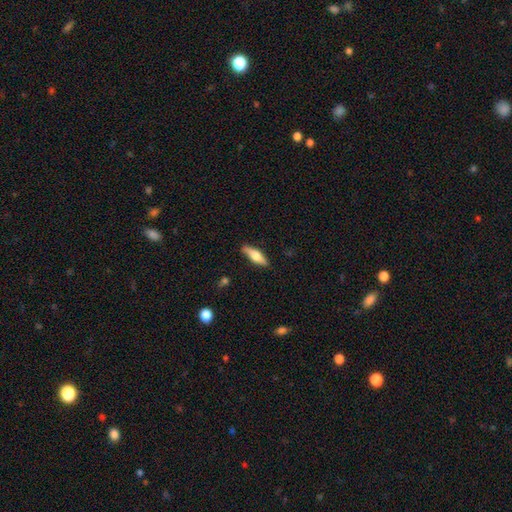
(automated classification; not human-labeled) smooth-or-featured: smooth: 56% | featured or disk: 38% | star or artifact: 6%
  how-rounded: cigar-shaped: 55% | in between: 42% | round: 2%
  merging: none: 86% | minor disturbance: 10% | major disturbance: 2% | merger: 1%